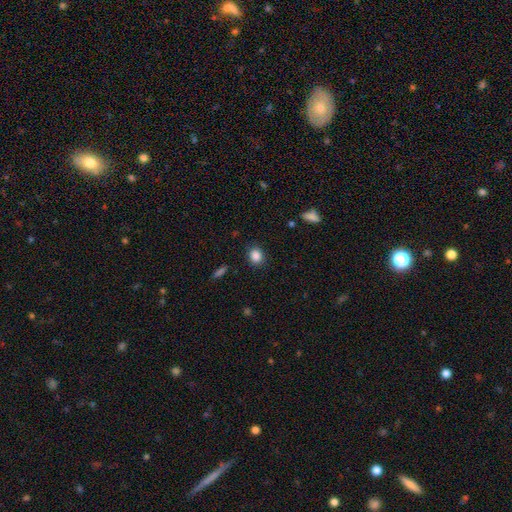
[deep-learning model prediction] This is clearly a smooth galaxy (86%). How rounded: likely round (62%). Merging: clearly none (88%).